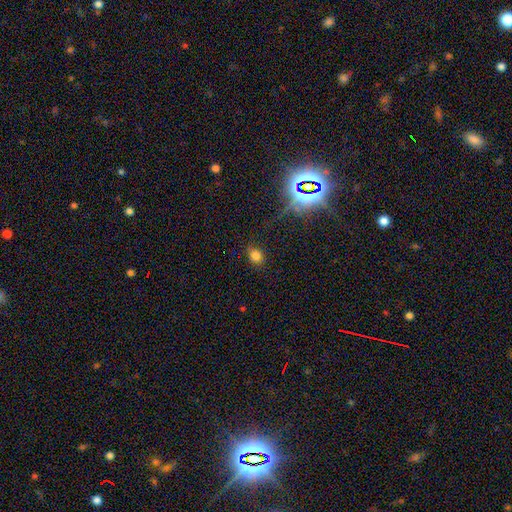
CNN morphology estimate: Smooth or featured? Predicted: smooth (p=0.76). How rounded? Predicted: round (p=0.58). Merging? Predicted: none (p=0.81).